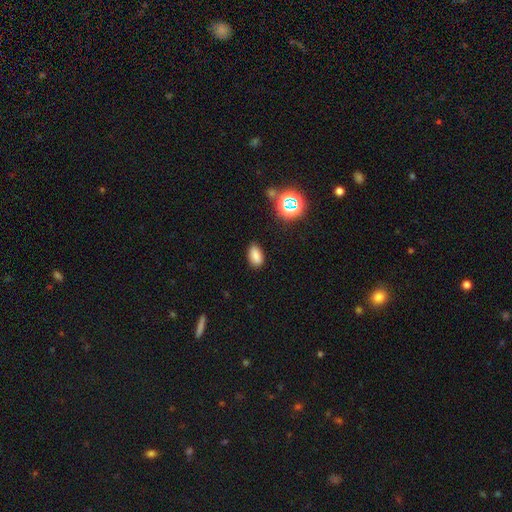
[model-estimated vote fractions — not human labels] Smooth or featured?
  - smooth: 80% *
  - star or artifact: 14%
  - featured or disk: 6%
How rounded?
  - in between: 90% *
  - round: 7%
  - cigar-shaped: 2%
Merging?
  - none: 85% *
  - minor disturbance: 11%
  - major disturbance: 3%
  - merger: 1%